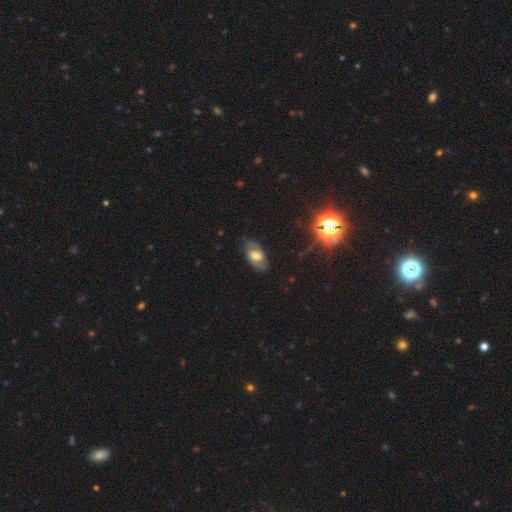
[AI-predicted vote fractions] Q: Smooth or featured?
A: featured or disk (45%); tied with: smooth (45%)
Q: Merging?
A: none (78%); runner-up: minor disturbance (16%)